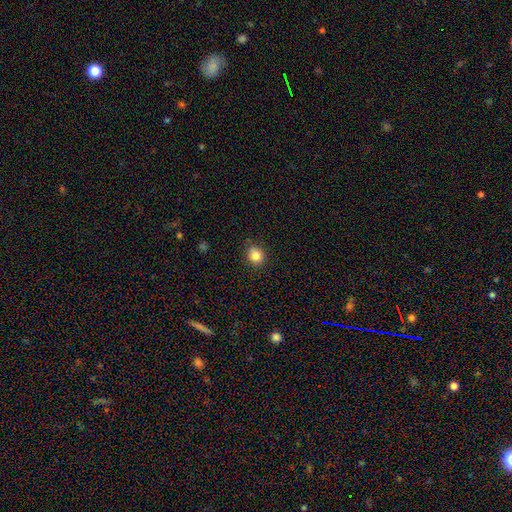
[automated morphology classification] Smooth or featured? Predicted: smooth (p=0.83). How rounded? Predicted: round (p=0.80). Merging? Predicted: none (p=0.86).